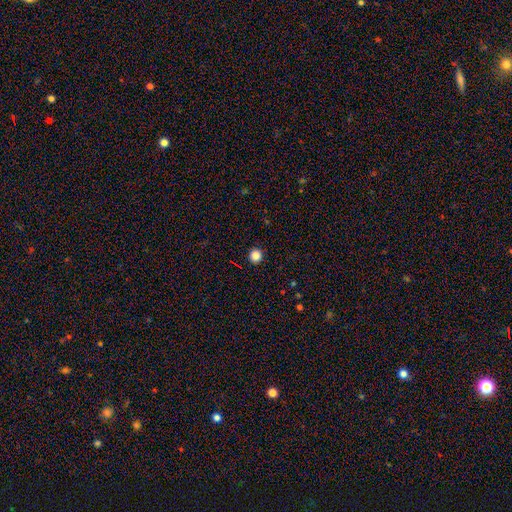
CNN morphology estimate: type=smooth (85%); roundness=round (95%); merging=none (93%).